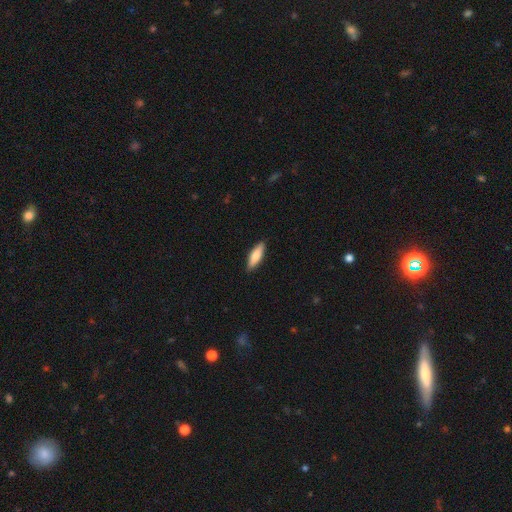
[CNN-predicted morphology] Smooth or featured?
  - smooth: 78% *
  - featured or disk: 17%
  - star or artifact: 5%
How rounded?
  - cigar-shaped: 50% *
  - in between: 48%
  - round: 2%
Merging?
  - none: 89% *
  - minor disturbance: 9%
  - major disturbance: 2%
  - merger: 1%